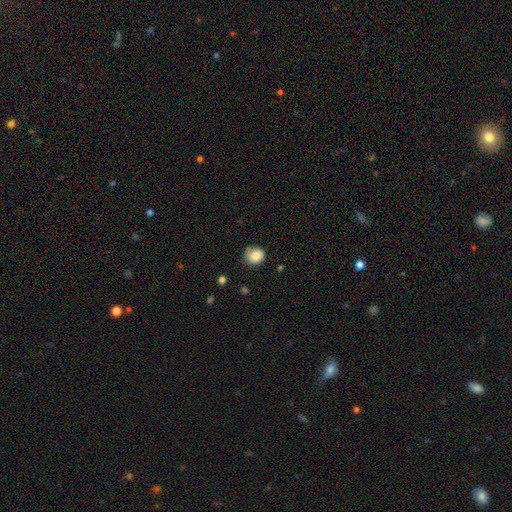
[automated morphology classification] smooth_or_featured: smooth (p=0.84) [alt: star or artifact p=0.09]
how_rounded: round (p=0.79) [alt: in between p=0.21]
merging: none (p=0.69) [alt: minor disturbance p=0.24]